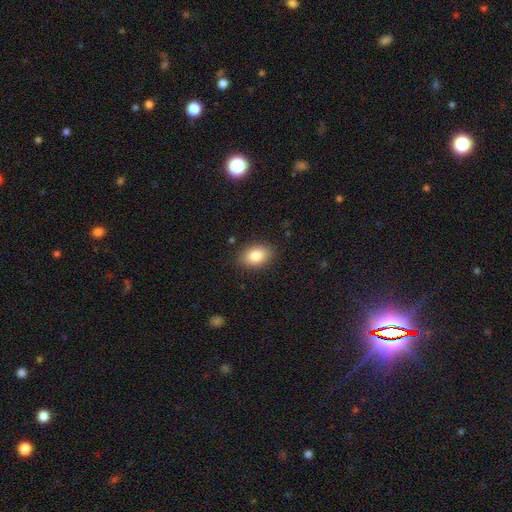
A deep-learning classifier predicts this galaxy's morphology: smooth-or-featured: smooth: 84% | featured or disk: 8% | star or artifact: 8%
  how-rounded: in between: 85% | round: 14% | cigar-shaped: 1%
  merging: none: 87% | minor disturbance: 10% | major disturbance: 2% | merger: 1%